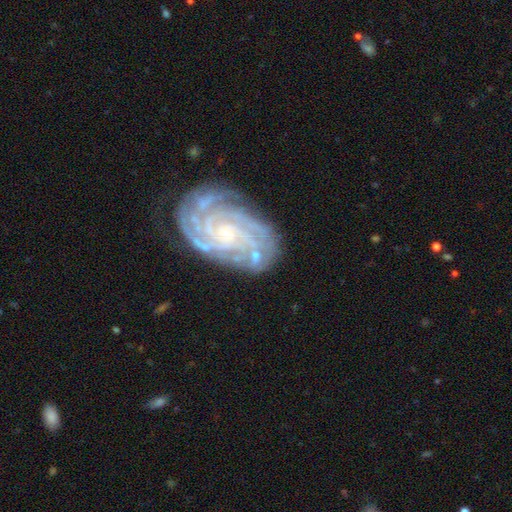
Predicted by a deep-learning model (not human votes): Smooth or featured? featured or disk (84%)
Edge-on disk? no (97%)
Bar? no (74%)
Spiral arms? yes (96%)
Spiral winding? tight (71%)
Spiral arm count? 4 (32%)
Bulge size? small (76%)
Merging? none (65%)